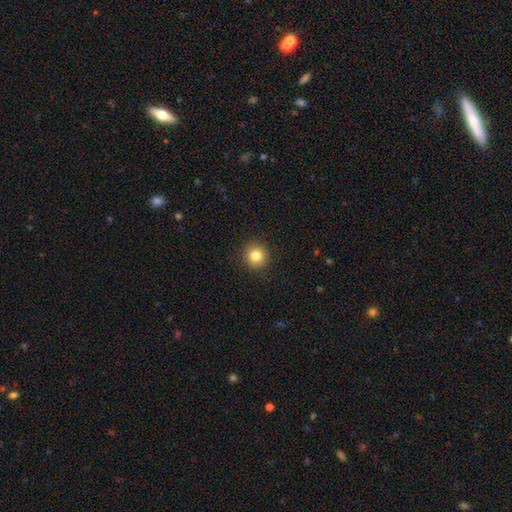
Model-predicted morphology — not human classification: type=smooth (83%); roundness=round (93%); merging=none (92%).